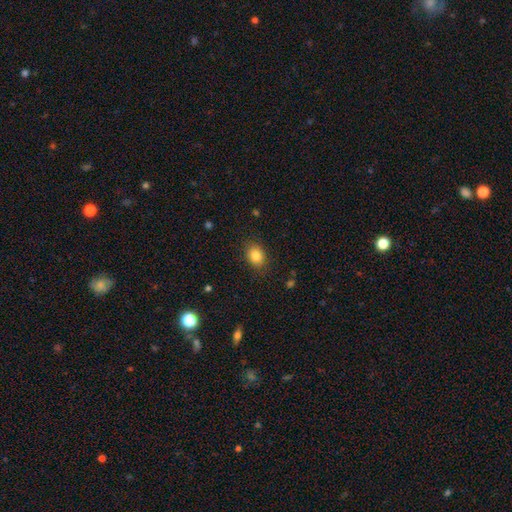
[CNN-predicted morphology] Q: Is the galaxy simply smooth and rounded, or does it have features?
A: smooth — 84%.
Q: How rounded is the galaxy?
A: in between — 60%.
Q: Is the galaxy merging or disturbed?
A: none — 85%.